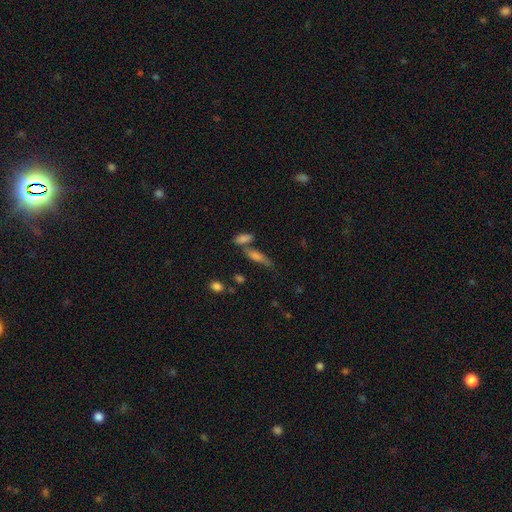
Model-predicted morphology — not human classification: smooth 57%, featured or disk 29%, star or artifact 15%. Down the decision tree: how rounded — cigar-shaped (57%); merging — none (48%).